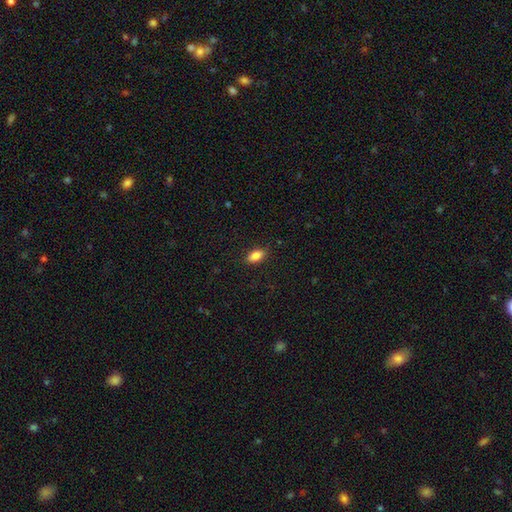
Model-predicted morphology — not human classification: smooth 85%, star or artifact 8%, featured or disk 7%. Down the decision tree: how rounded — in between (89%); merging — none (85%).